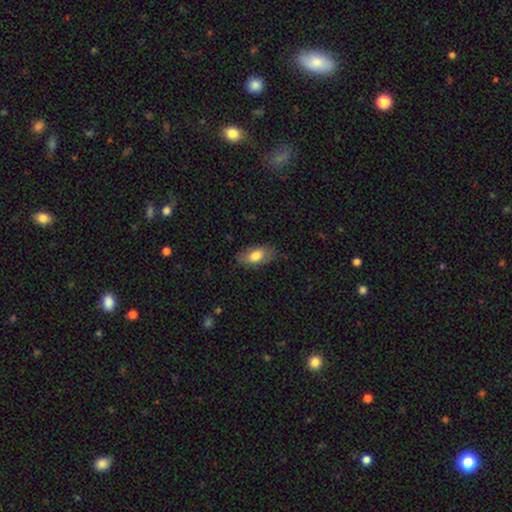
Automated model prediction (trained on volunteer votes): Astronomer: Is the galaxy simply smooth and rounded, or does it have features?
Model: smooth — 76%.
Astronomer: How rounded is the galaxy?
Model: in between — 89%.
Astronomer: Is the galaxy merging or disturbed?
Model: none — 79%.